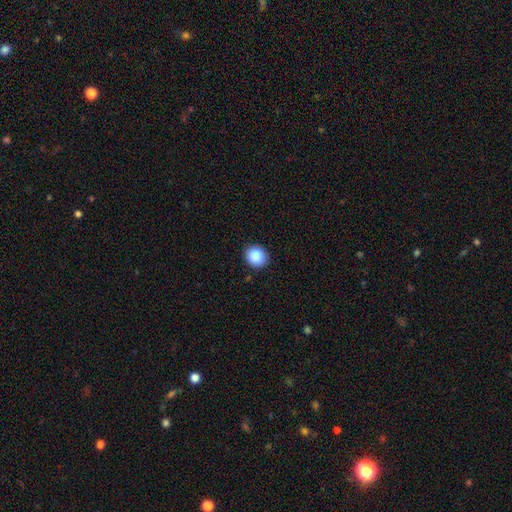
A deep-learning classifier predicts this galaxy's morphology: Smooth or featured? Predicted: smooth (p=0.88). How rounded? Predicted: round (p=0.81). Merging? Predicted: none (p=0.89).